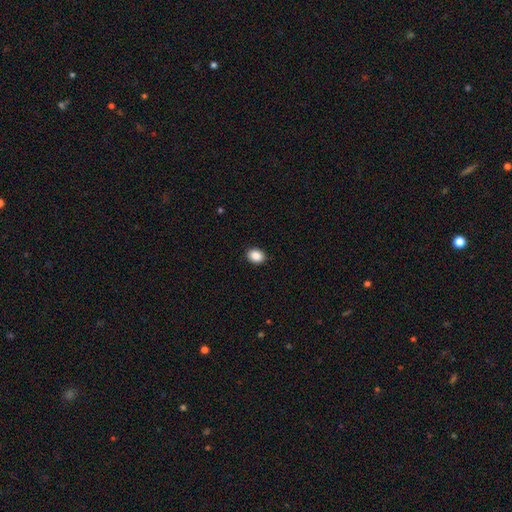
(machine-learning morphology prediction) A smooth galaxy with no disk features (89%) that is in between round and cigar-shaped (57%).

Vote fractions:
- Smooth or featured? smooth: 89% / star or artifact: 8% / featured or disk: 3%
- How rounded? in between: 57% / round: 42% / cigar-shaped: 1%
- Merging? none: 90% / minor disturbance: 7% / major disturbance: 2% / merger: 1%